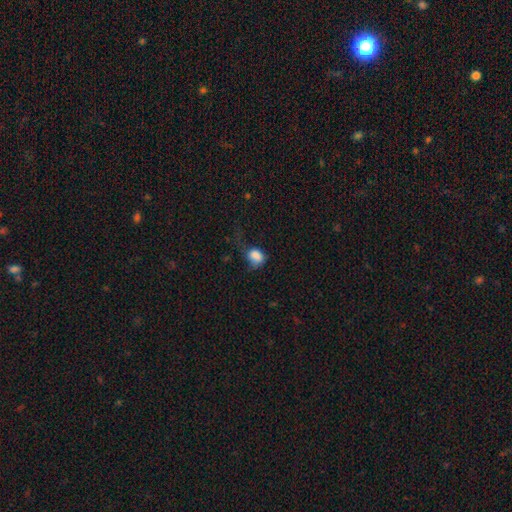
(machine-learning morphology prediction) The model was most divided on "merging": major disturbance: 36%, minor disturbance: 30%, none: 29%, merger: 4%. More confident: smooth or featured — smooth (82%); how rounded — in between (57%).